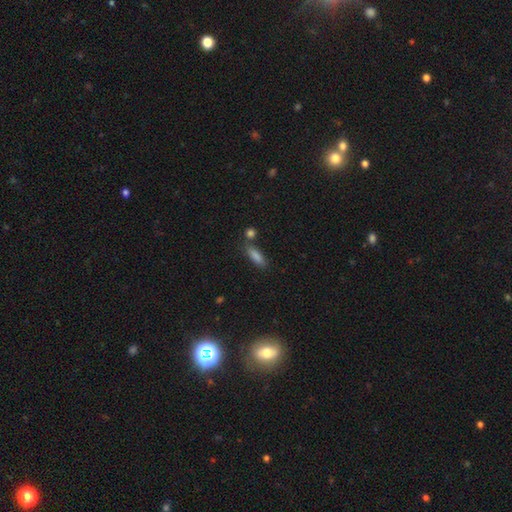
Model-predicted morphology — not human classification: smooth 76%, star or artifact 14%, featured or disk 9%. Down the decision tree: how rounded — cigar-shaped (50%); merging — none (74%).